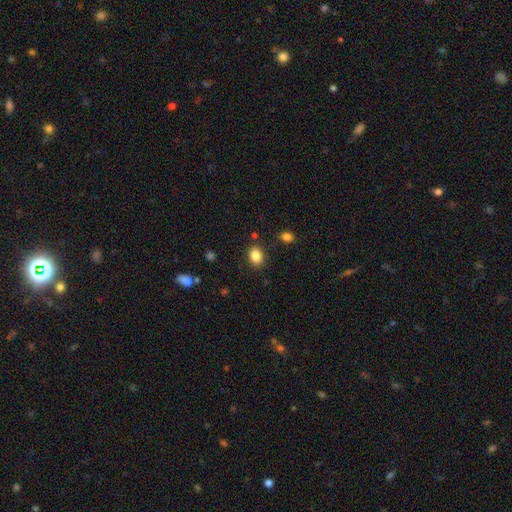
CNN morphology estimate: This appears to be a smooth galaxy with no disk features (86%) that is in between round and cigar-shaped (62%). Merging: none (85%).